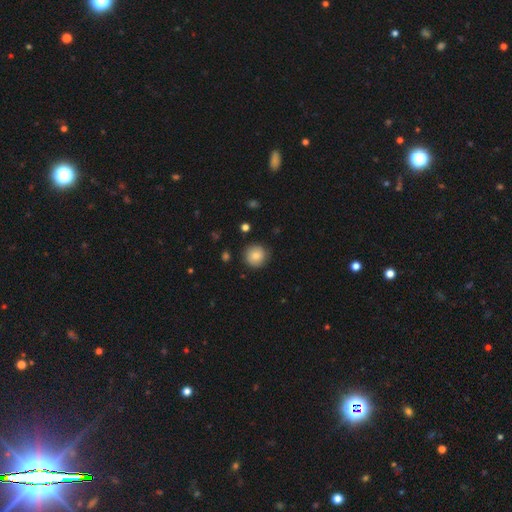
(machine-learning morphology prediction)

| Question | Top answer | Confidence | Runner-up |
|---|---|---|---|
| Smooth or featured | smooth | 82% | featured or disk (9%) |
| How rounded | round | 94% | in between (5%) |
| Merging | none | 86% | minor disturbance (10%) |